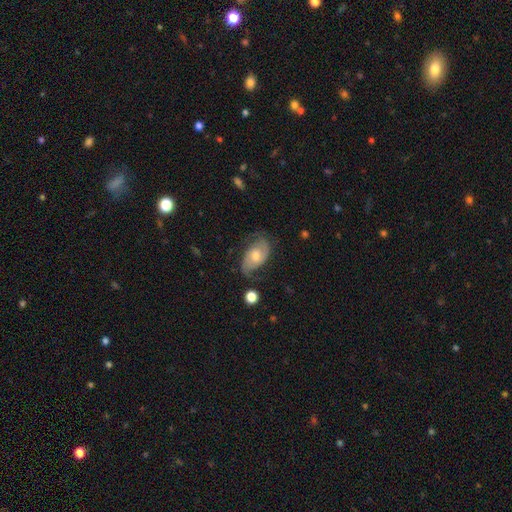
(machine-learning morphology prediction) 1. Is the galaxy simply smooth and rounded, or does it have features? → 73% featured or disk, 20% smooth, 7% star or artifact.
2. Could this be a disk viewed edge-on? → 96% no, 4% yes.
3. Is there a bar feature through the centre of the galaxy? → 62% no, 32% weak, 6% strong.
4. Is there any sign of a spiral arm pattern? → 92% yes, 8% no.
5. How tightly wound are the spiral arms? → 44% medium, 32% loose, 24% tight.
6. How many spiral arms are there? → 87% 2, 7% can't tell, 3% 1, 1% 3, 1% 4, 1% more than 4.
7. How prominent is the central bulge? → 62% moderate, 25% small, 9% large, 3% none, 2% dominant.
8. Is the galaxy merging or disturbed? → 65% none, 22% minor disturbance, 11% major disturbance, 2% merger.